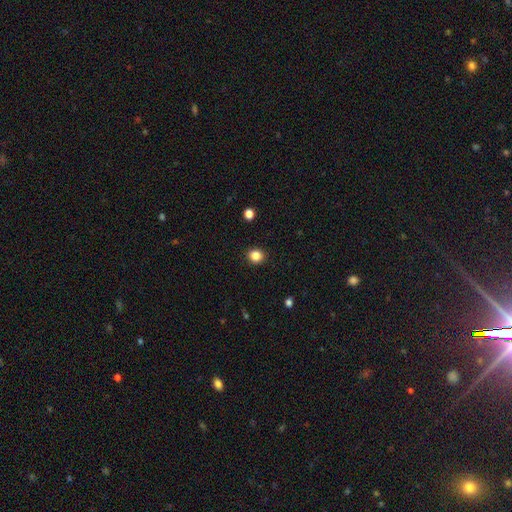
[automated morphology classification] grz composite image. It shows a smooth galaxy with no disk features (85%) that is round (79%). Merging: none (91%).